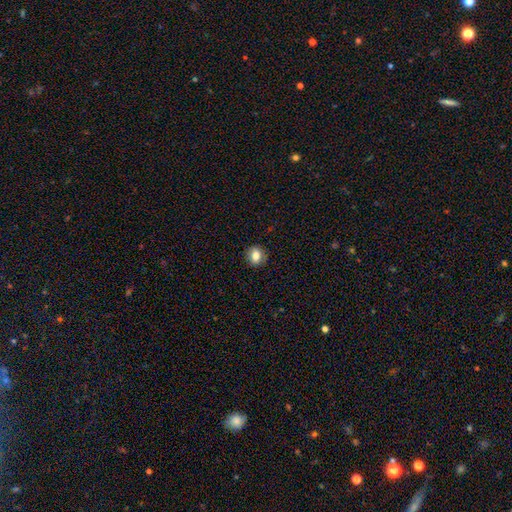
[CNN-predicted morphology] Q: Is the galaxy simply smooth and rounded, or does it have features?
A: smooth — 80%.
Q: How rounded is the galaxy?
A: round — 59%.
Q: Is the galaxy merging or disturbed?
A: none — 86%.